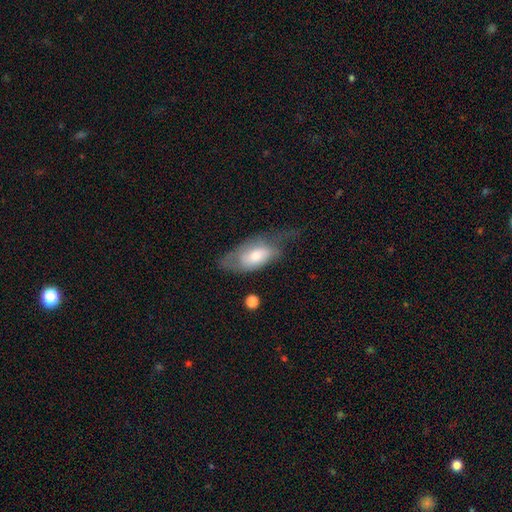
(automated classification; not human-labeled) A smooth galaxy with no disk features (56%) that is in between round and cigar-shaped (89%). Merging: none (33%).